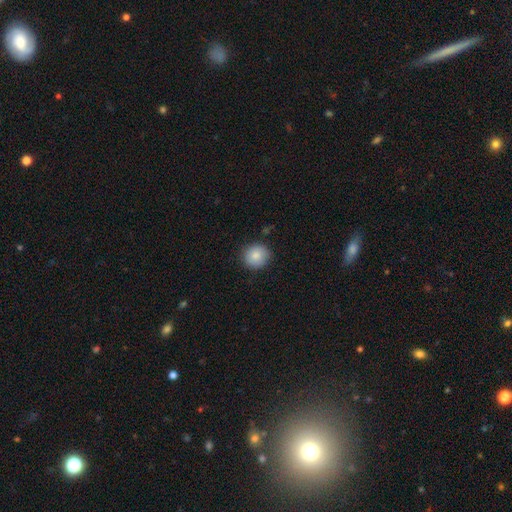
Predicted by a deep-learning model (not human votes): This appears to be a smooth galaxy with no disk features (85%) that is round (90%). Merging: none (87%).